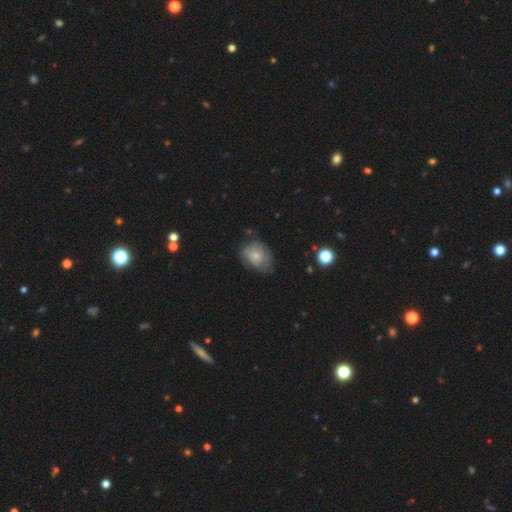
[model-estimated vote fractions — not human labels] Smooth or featured: smooth — 60% (featured or disk — 32%)
How rounded: in between — 51% (round — 48%)
Merging: none — 51% (minor disturbance — 33%)